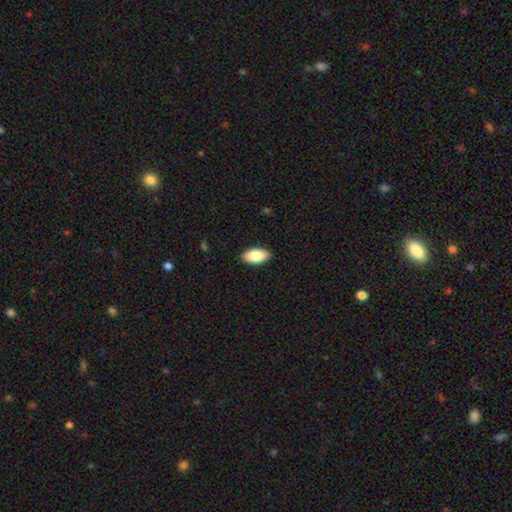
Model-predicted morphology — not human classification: smooth-or-featured: smooth: 85% | featured or disk: 9% | star or artifact: 6%
  how-rounded: in between: 94% | cigar-shaped: 4% | round: 2%
  merging: none: 90% | minor disturbance: 8% | major disturbance: 2% | merger: 1%